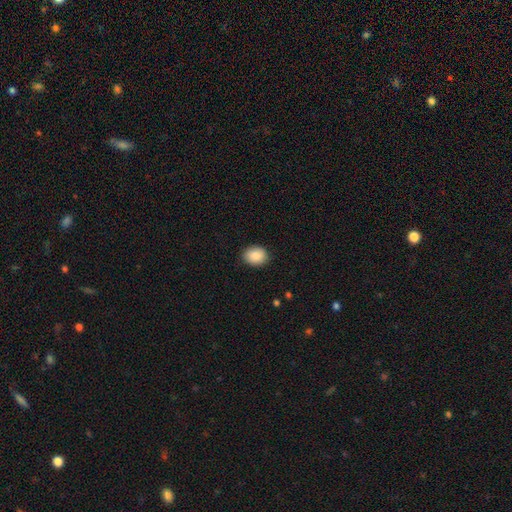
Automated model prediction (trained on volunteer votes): A smooth galaxy with no disk features (87%) that is in between round and cigar-shaped (52%).

Vote fractions:
- Smooth or featured? smooth: 87% / star or artifact: 7% / featured or disk: 6%
- How rounded? in between: 52% / round: 47% / cigar-shaped: 1%
- Merging? none: 87% / minor disturbance: 10% / major disturbance: 2% / merger: 1%